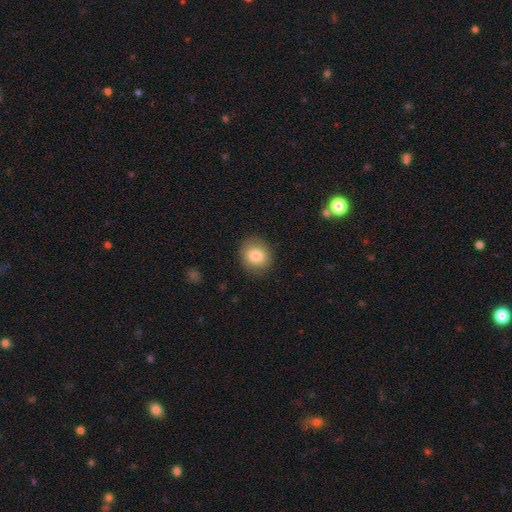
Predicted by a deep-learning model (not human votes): Q: Smooth or featured?
A: smooth (83%); runner-up: star or artifact (9%)
Q: How rounded?
A: round (75%); runner-up: in between (24%)
Q: Merging?
A: none (86%); runner-up: minor disturbance (10%)